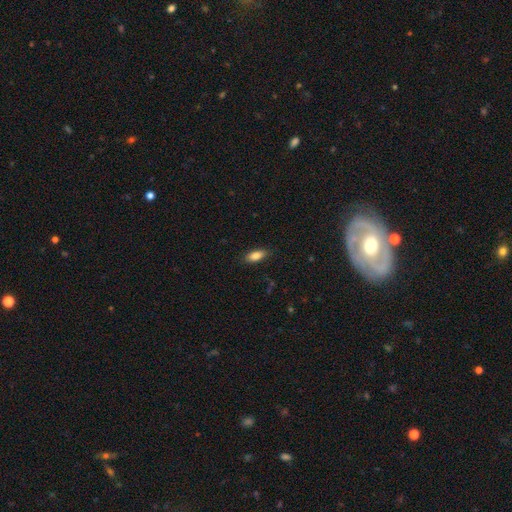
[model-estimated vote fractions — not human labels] A smooth galaxy with no disk features (85%) that is in between round and cigar-shaped (84%). Merging: none (85%).